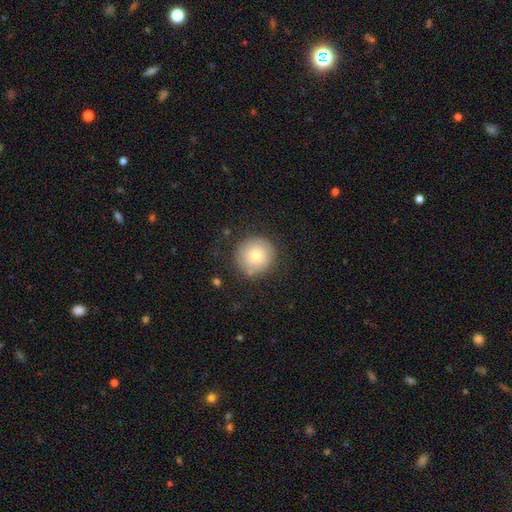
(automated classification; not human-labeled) Smooth or featured?
  - smooth: 73% *
  - featured or disk: 18%
  - star or artifact: 9%
How rounded?
  - round: 95% *
  - in between: 4%
  - cigar-shaped: 1%
Merging?
  - none: 81% *
  - minor disturbance: 13%
  - major disturbance: 4%
  - merger: 2%